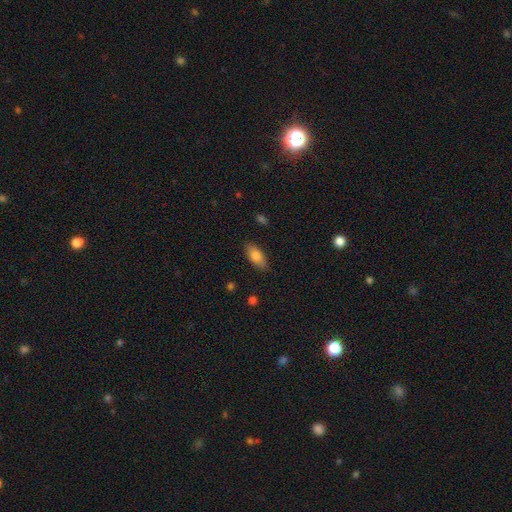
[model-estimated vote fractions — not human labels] The model was most divided on "smooth or featured": smooth: 80%, featured or disk: 13%, star or artifact: 7%. More confident: how rounded — in between (88%); merging — none (85%).